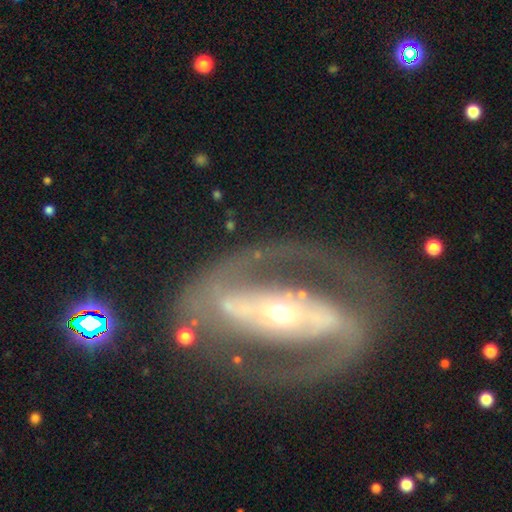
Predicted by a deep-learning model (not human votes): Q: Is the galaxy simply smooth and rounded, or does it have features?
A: featured or disk — 89%.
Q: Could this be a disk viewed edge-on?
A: no — 95%.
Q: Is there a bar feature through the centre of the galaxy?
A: strong — 66%.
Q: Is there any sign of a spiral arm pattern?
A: yes — 90%.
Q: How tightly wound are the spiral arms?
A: medium — 54%.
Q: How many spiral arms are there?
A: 2 — 91%.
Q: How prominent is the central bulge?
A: moderate — 54%.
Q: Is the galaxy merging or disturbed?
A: none — 72%.